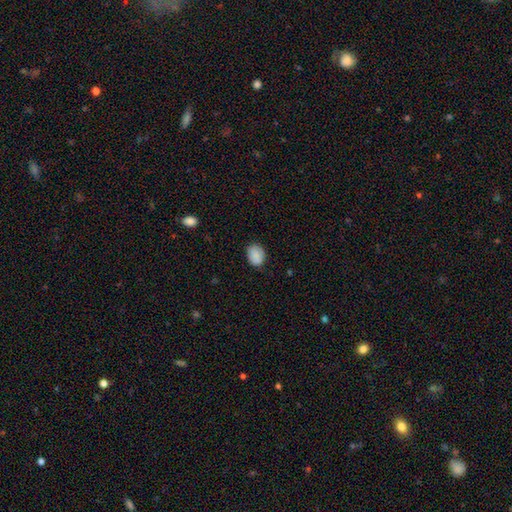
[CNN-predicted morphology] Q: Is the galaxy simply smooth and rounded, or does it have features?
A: smooth — 88%.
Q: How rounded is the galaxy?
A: in between — 64%.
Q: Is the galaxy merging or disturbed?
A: none — 80%.